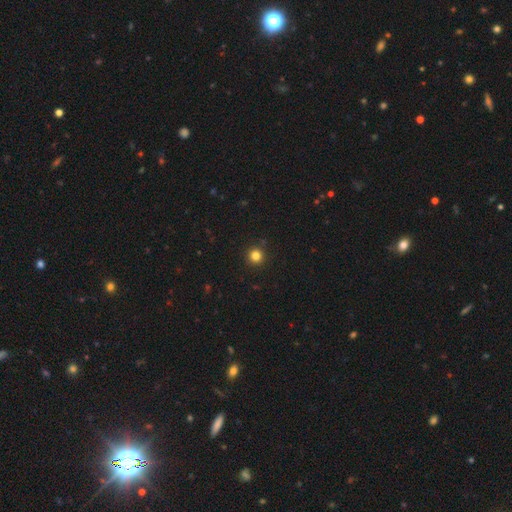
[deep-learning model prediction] Morphology: type=smooth (82%); roundness=round (96%); merging=none (92%).